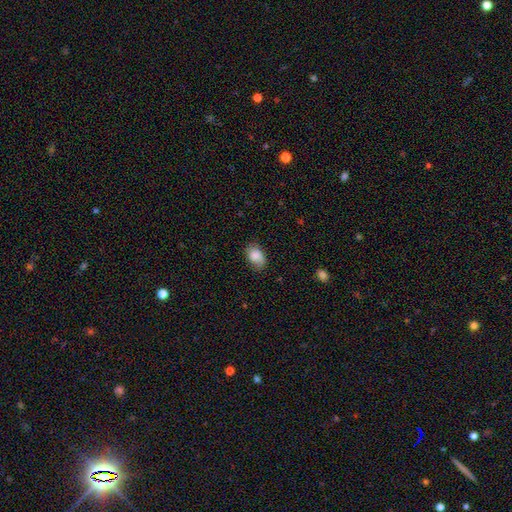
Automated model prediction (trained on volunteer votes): Smooth or featured?
  - smooth: 82% *
  - featured or disk: 10%
  - star or artifact: 8%
How rounded?
  - in between: 84% *
  - round: 15%
  - cigar-shaped: 1%
Merging?
  - none: 70% *
  - minor disturbance: 24%
  - major disturbance: 5%
  - merger: 1%